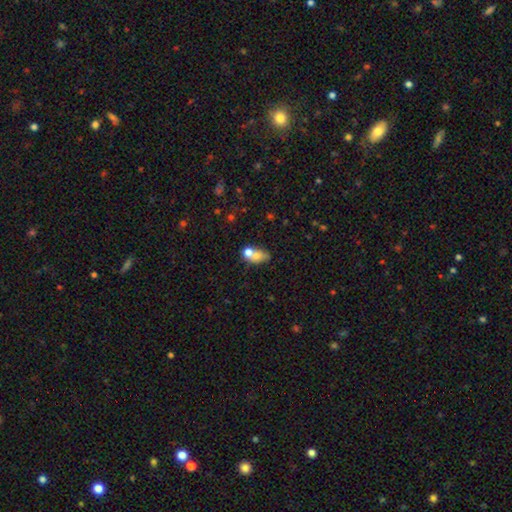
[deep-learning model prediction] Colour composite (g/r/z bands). It shows a smooth galaxy with no disk features (67%) that is in between round and cigar-shaped (71%). Merging: merger (49%).